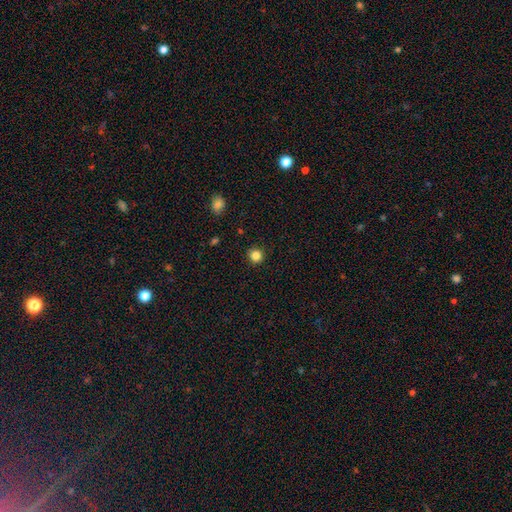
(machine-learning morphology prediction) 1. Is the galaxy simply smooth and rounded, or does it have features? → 84% smooth, 12% star or artifact, 4% featured or disk.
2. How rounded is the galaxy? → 94% round, 5% in between, 1% cigar-shaped.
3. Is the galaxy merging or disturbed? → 92% none, 5% minor disturbance, 2% major disturbance, 1% merger.